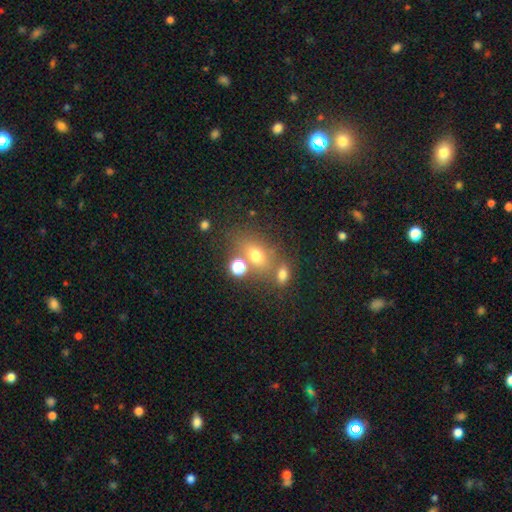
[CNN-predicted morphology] A smooth galaxy with no disk features (66%) that is in between round and cigar-shaped (68%). Merging: none (54%).